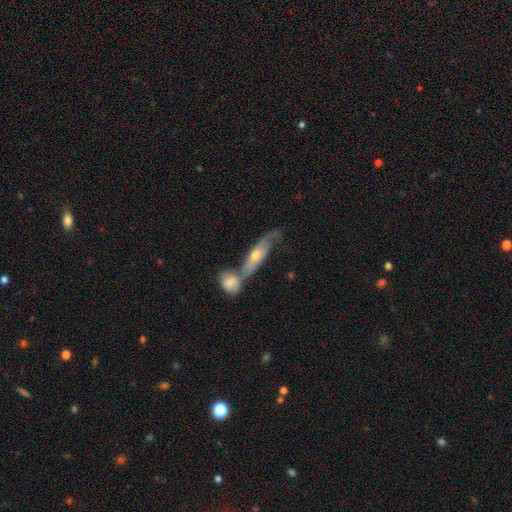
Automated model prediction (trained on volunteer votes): Smooth or featured: featured or disk — 61% (smooth — 33%)
Edge-on disk: no — 65% (yes — 35%)
Merging: merger — 46% (none — 31%)